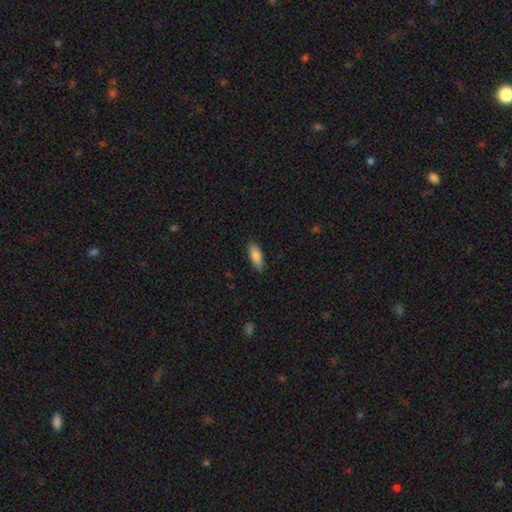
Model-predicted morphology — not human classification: Smooth or featured: smooth — 85% (featured or disk — 9%)
How rounded: in between — 70% (cigar-shaped — 28%)
Merging: none — 84% (minor disturbance — 13%)